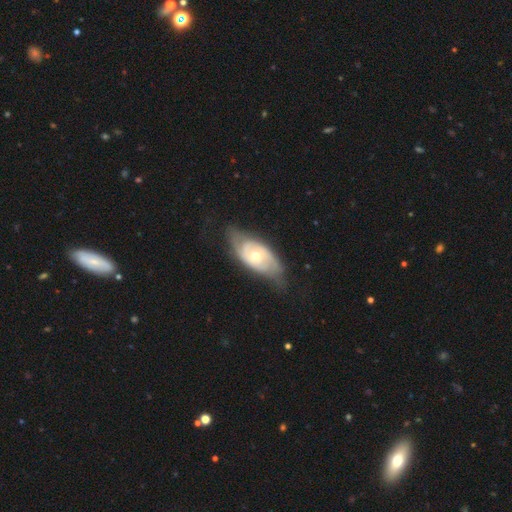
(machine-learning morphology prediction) Overall: featured or disk (74%). Edge-on disk: no (91%). Bar: no (76%). Spiral arms: yes (79%). Spiral arm count: 2 (65%). Spiral winding: tight (52%; medium 33%). Bulge size: moderate (62%; small 33%). Merging: none (65%).